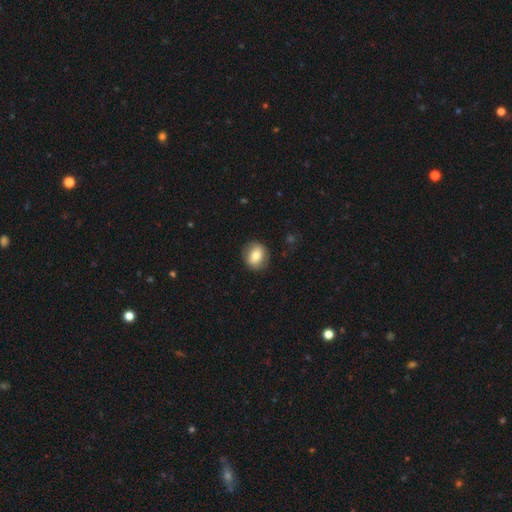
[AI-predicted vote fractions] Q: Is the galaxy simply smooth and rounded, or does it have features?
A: smooth — 77%.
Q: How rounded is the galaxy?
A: round — 69%.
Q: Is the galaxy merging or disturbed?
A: none — 86%.